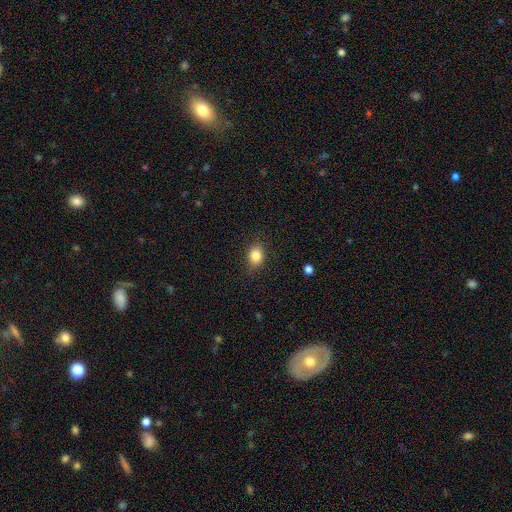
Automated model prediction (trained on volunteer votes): smooth_or_featured: smooth (p=0.83) [alt: star or artifact p=0.10]
how_rounded: round (p=0.49) [tied with: in between p=0.49]
merging: none (p=0.81) [alt: minor disturbance p=0.14]